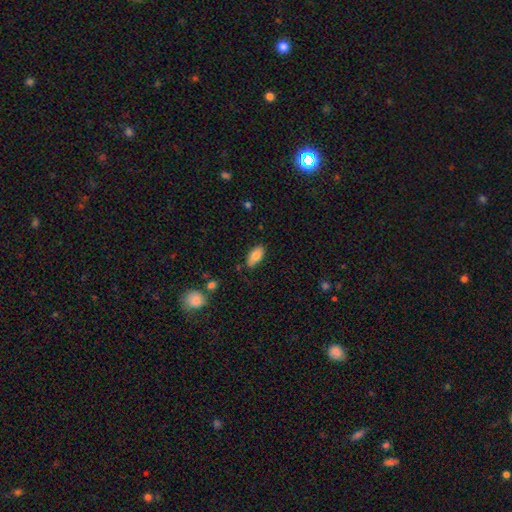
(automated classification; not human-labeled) Morphology: type=smooth (80%); roundness=in between (90%); merging=none (81%).